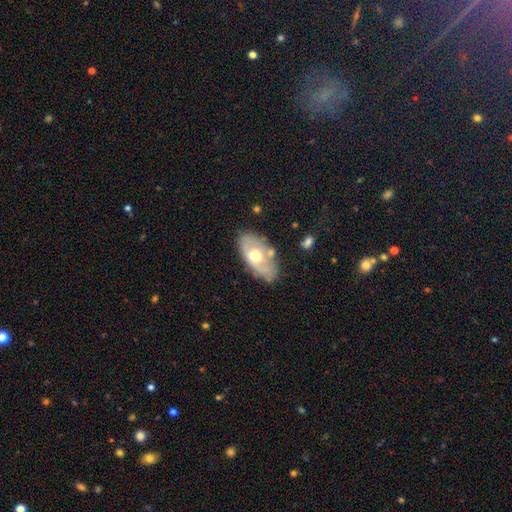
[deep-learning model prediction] Smooth or featured: featured or disk — 52% (smooth — 42%)
Edge-on disk: no — 84% (yes — 16%)
Merging: none — 70% (minor disturbance — 19%)